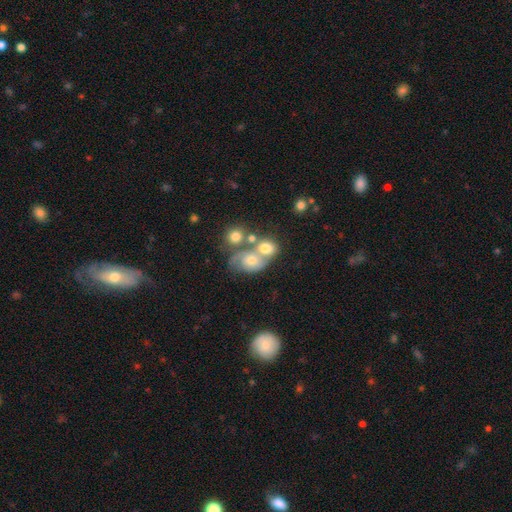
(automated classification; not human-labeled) Smooth or featured?
  - smooth: 42% *
  - featured or disk: 41%
  - star or artifact: 18%
Merging?
  - merger: 50% *
  - none: 30%
  - minor disturbance: 11%
  - major disturbance: 9%